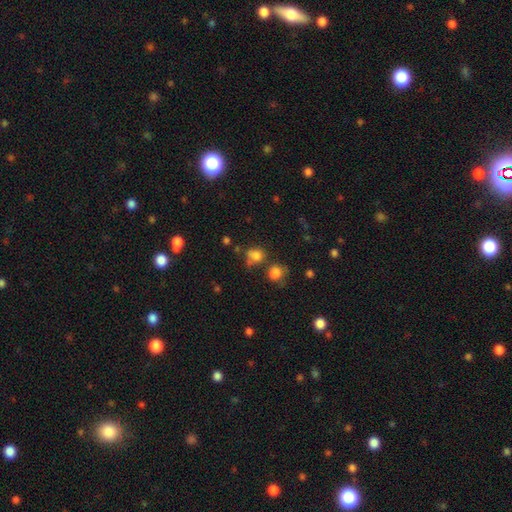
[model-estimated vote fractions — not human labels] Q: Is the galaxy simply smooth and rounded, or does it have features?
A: smooth — 75%.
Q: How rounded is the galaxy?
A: round — 62%.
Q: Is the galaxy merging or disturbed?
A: none — 49%.